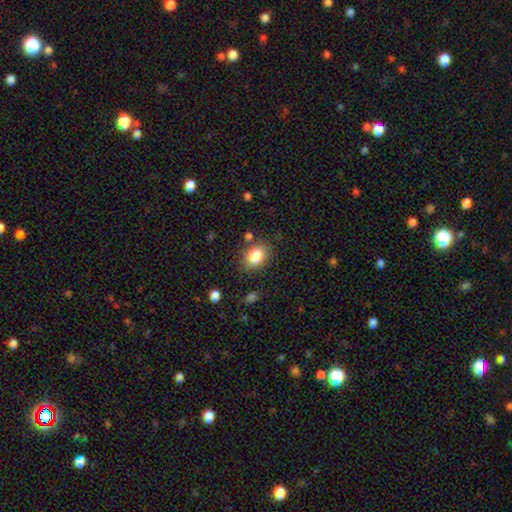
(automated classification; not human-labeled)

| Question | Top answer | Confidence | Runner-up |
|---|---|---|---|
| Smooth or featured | smooth | 84% | star or artifact (9%) |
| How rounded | in between | 68% | round (31%) |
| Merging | none | 78% | minor disturbance (14%) |